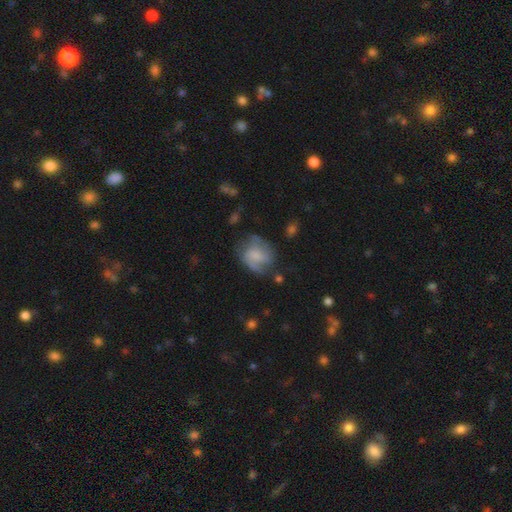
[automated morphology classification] type=featured or disk (59%); edge-on=no (98%); bar=no (52%); spiral arms=yes (84%); bulge=none (33%); merging=none (56%).